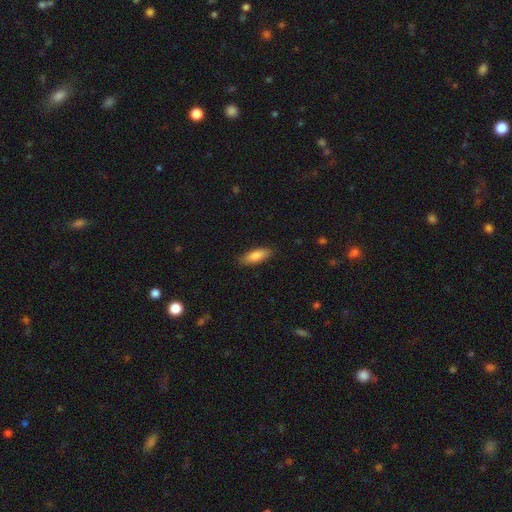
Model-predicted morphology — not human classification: smooth-or-featured: smooth: 82% | featured or disk: 12% | star or artifact: 6%
  how-rounded: in between: 61% | cigar-shaped: 37% | round: 2%
  merging: none: 85% | minor disturbance: 12% | major disturbance: 2% | merger: 1%